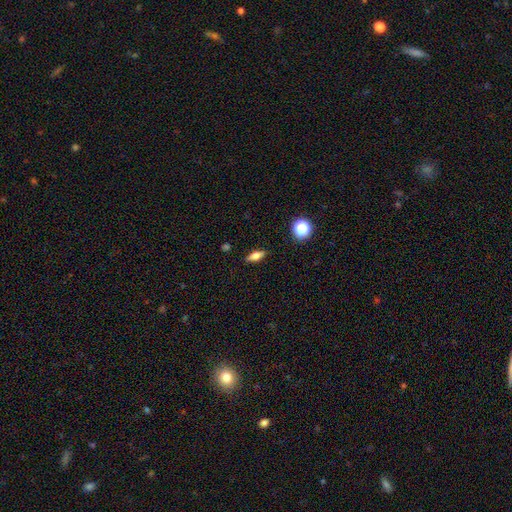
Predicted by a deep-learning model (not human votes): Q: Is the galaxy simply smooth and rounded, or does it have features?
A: smooth — 61%.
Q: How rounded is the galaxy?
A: in between — 64%.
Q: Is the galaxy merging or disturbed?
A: none — 88%.